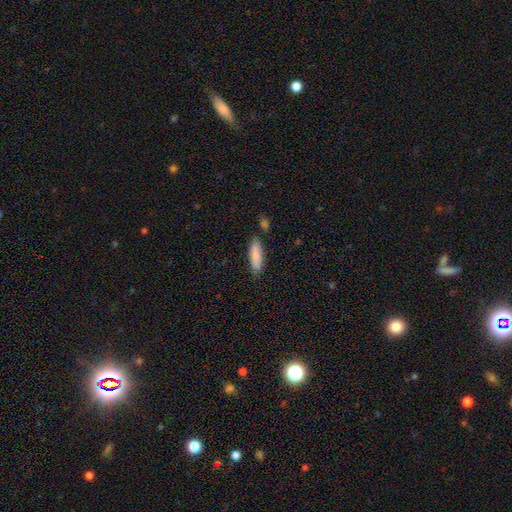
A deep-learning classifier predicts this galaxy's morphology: Smooth or featured?
  - smooth: 86% *
  - featured or disk: 8%
  - star or artifact: 6%
How rounded?
  - cigar-shaped: 57% *
  - in between: 41%
  - round: 2%
Merging?
  - none: 79% *
  - minor disturbance: 13%
  - merger: 6%
  - major disturbance: 3%